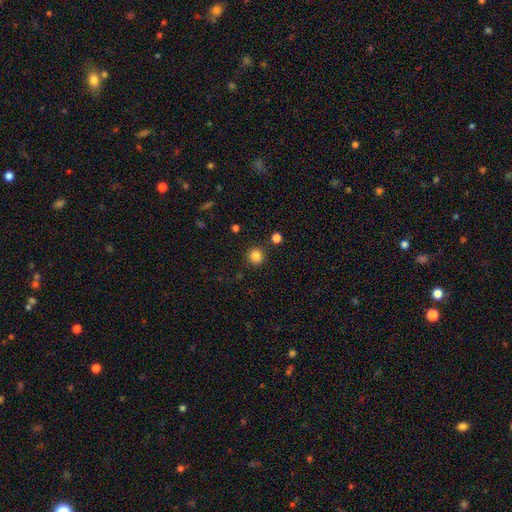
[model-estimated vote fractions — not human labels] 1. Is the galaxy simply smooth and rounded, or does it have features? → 84% smooth, 12% star or artifact, 4% featured or disk.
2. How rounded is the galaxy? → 93% round, 6% in between, 1% cigar-shaped.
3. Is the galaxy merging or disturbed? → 88% none, 7% minor disturbance, 3% merger, 2% major disturbance.